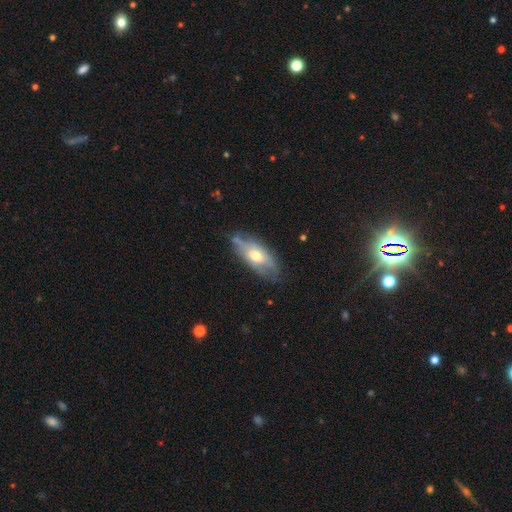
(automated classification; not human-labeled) Smooth or featured? featured or disk (50%)
Merging? none (60%)